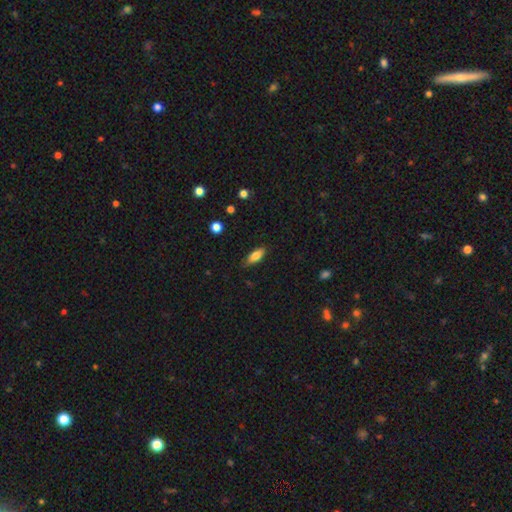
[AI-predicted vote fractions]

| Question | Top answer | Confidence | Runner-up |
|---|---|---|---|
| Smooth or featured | smooth | 78% | featured or disk (15%) |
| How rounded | in between | 75% | cigar-shaped (22%) |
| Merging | none | 83% | minor disturbance (13%) |